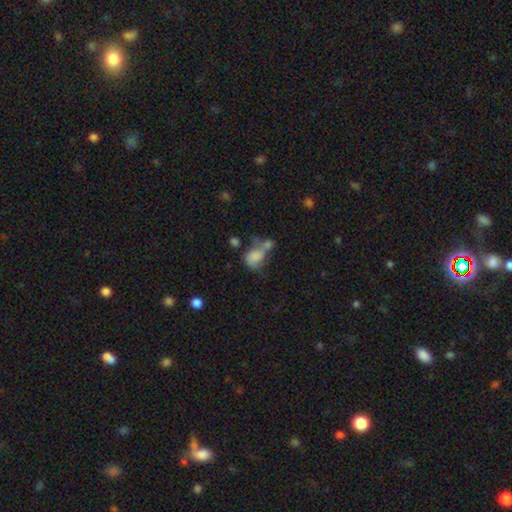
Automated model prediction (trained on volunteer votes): Smooth or featured? Predicted: smooth (p=0.69). How rounded? Predicted: in between (p=0.73). Merging? Predicted: merger (p=0.44).